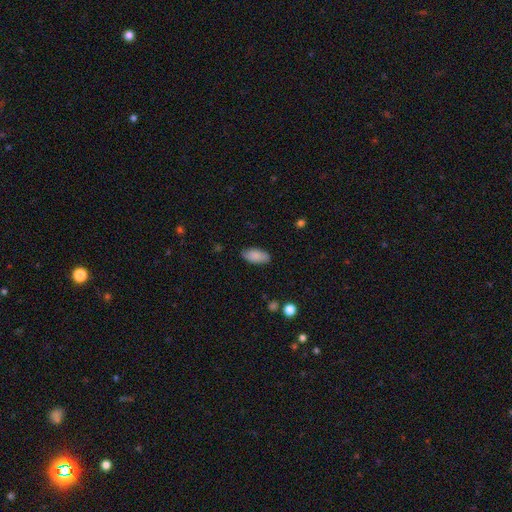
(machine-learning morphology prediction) The model was most divided on "merging": none: 85%, minor disturbance: 12%, major disturbance: 2%, merger: 1%. More confident: how rounded — in between (90%); smooth or featured — smooth (86%).